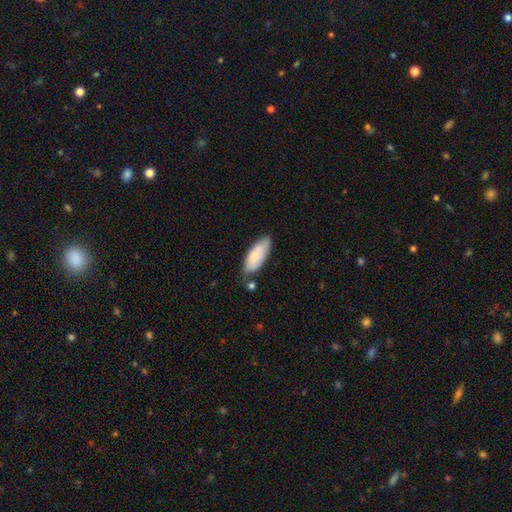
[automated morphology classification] The model was most divided on "merging": none: 65%, minor disturbance: 23%, merger: 8%, major disturbance: 4%. More confident: how rounded — in between (80%); smooth or featured — smooth (76%).